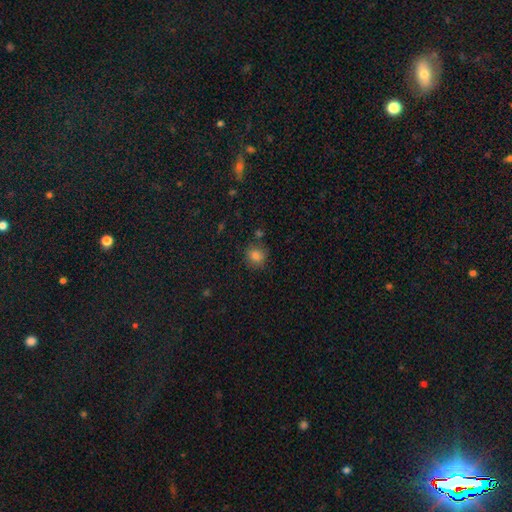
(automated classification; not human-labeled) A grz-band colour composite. It shows a smooth galaxy with no disk features (80%) that is round (86%). Merging: none (82%).